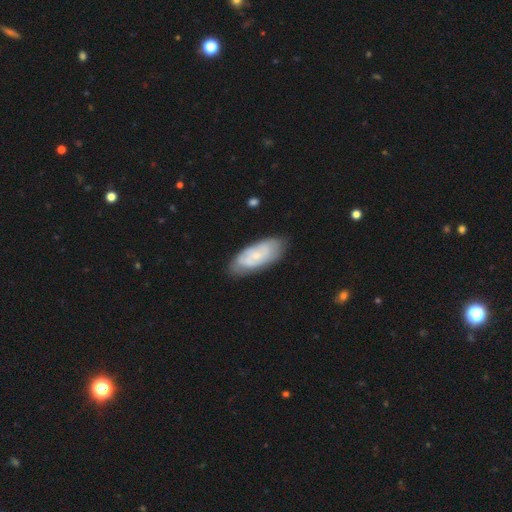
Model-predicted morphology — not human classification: type=featured or disk (53%); edge-on=no (90%); merging=none (74%).